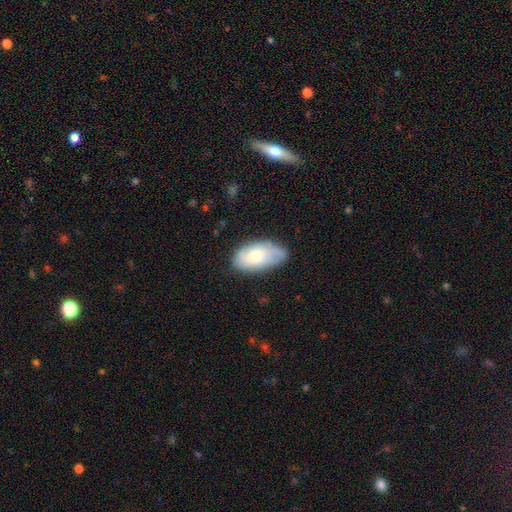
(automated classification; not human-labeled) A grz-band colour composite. It shows a smooth galaxy with no disk features (62%) that is in between round and cigar-shaped (94%). Merging: none (67%).